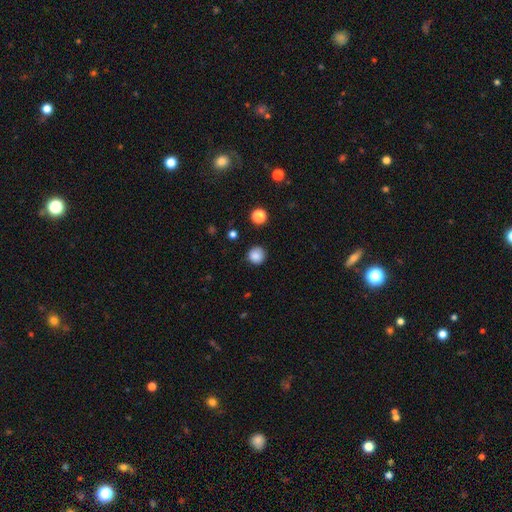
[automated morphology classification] Smooth or featured? smooth (86%)
How rounded? round (93%)
Merging? none (87%)